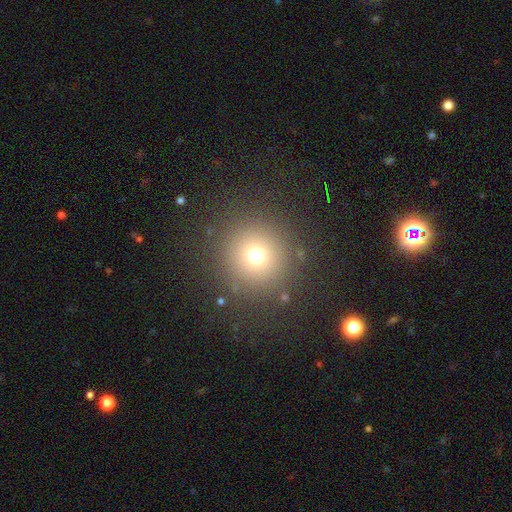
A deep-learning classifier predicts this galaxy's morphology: smooth_or_featured: smooth (p=0.69) [alt: star or artifact p=0.22]
how_rounded: round (p=0.95) [alt: in between p=0.04]
merging: none (p=0.86) [alt: minor disturbance p=0.07]